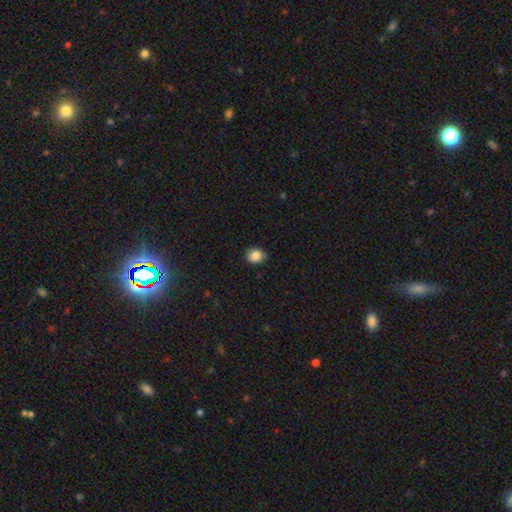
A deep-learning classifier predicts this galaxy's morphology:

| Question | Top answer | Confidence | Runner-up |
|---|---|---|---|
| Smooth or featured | smooth | 86% | star or artifact (9%) |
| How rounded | round | 66% | in between (33%) |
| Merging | none | 84% | minor disturbance (12%) |